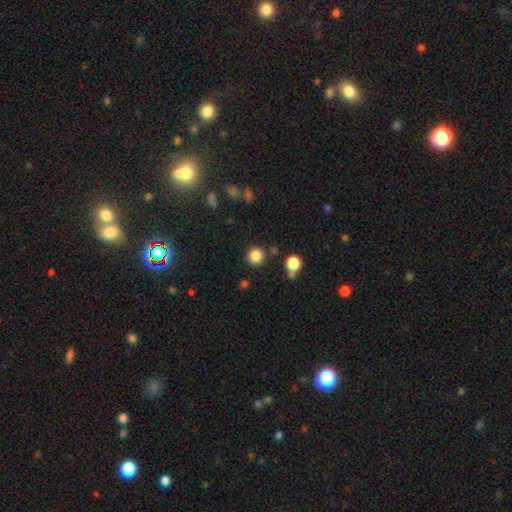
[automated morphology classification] A smooth galaxy with no disk features (85%) that is round (93%).

Vote fractions:
- Smooth or featured? smooth: 85% / star or artifact: 11% / featured or disk: 4%
- How rounded? round: 93% / in between: 6% / cigar-shaped: 1%
- Merging? none: 85% / minor disturbance: 8% / merger: 4% / major disturbance: 3%